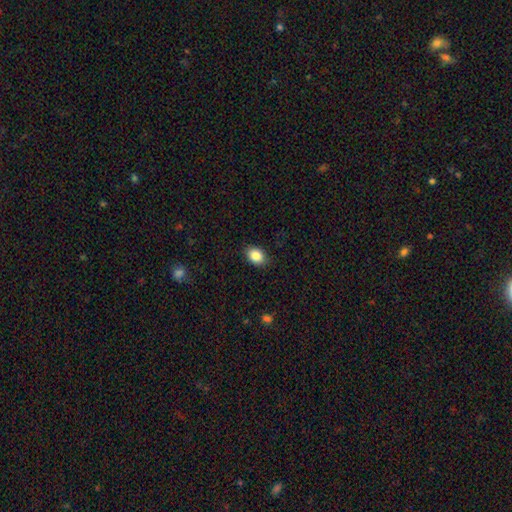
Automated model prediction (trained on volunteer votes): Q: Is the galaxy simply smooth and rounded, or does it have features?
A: smooth — 87%.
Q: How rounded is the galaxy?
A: in between — 70%.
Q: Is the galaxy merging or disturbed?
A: none — 87%.